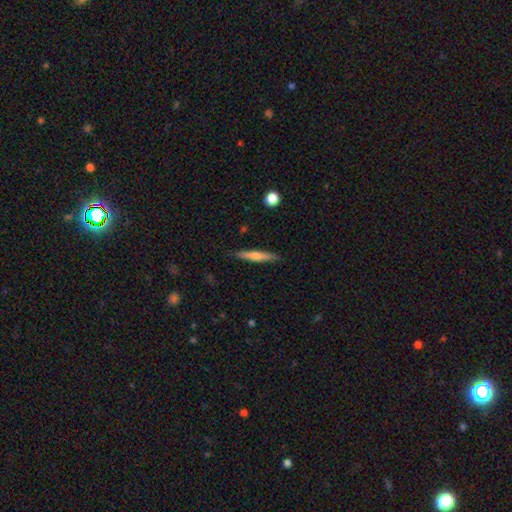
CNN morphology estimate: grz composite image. It shows a featured or disk galaxy (48%). Merging: none (88%).